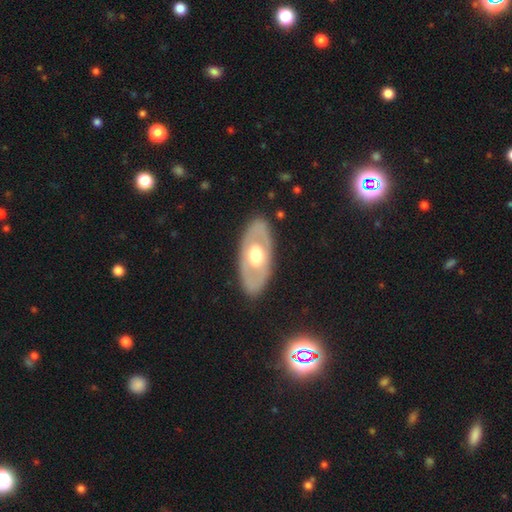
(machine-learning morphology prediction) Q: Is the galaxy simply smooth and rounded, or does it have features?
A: featured or disk — 57%.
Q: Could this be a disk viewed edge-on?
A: no — 83%.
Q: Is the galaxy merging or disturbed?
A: none — 85%.